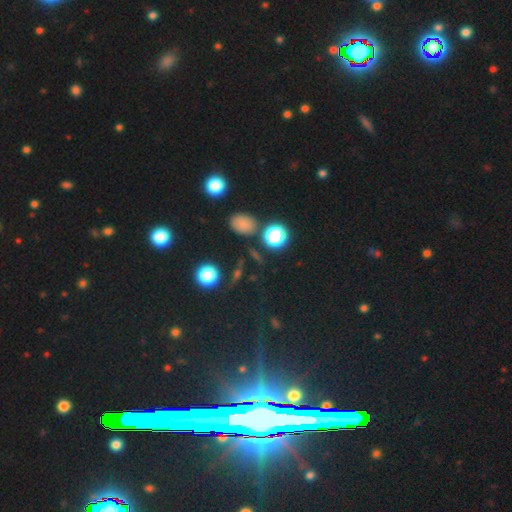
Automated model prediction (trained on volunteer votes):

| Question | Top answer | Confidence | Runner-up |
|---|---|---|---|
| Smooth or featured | star or artifact | 45% | smooth (44%) |